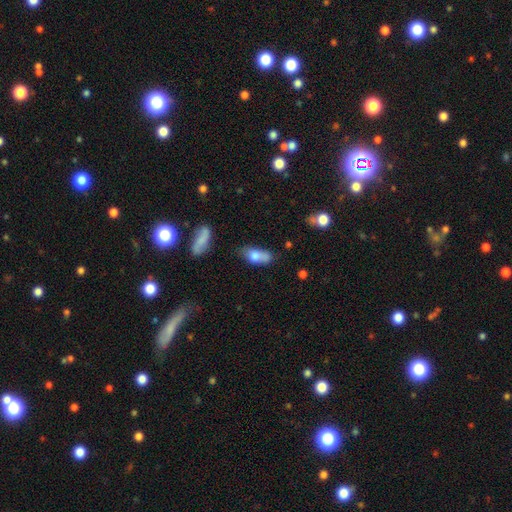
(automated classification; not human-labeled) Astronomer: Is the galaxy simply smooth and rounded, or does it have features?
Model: smooth — 75%.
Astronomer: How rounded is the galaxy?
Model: in between — 81%.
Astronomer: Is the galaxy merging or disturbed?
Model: none — 46% (runner-up: minor disturbance, 31%).